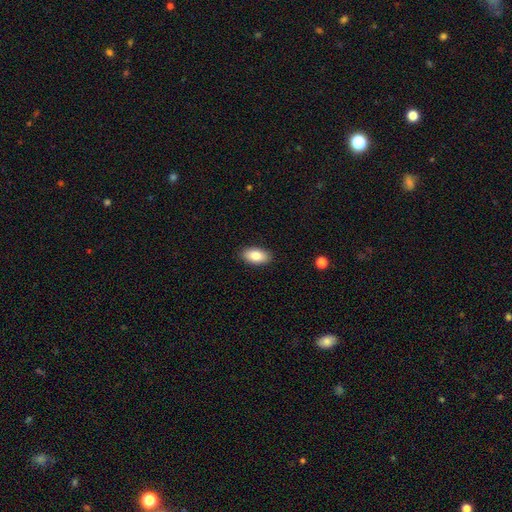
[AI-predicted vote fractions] Smooth or featured? Predicted: smooth (p=0.84). How rounded? Predicted: in between (p=0.93). Merging? Predicted: none (p=0.89).